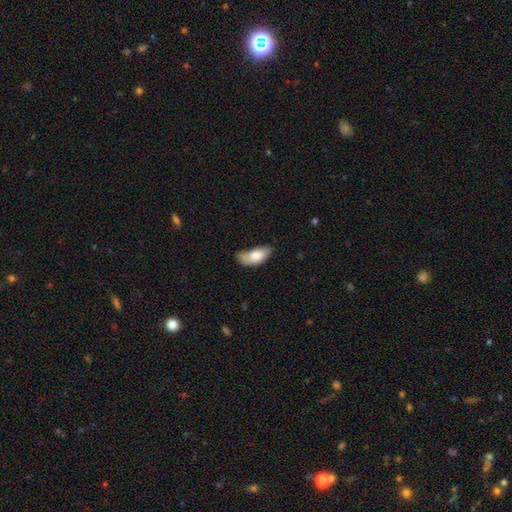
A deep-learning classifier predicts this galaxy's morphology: The model was most divided on "merging": minor disturbance: 42%, none: 35%, major disturbance: 17%, merger: 6%. More confident: how rounded — in between (90%); smooth or featured — smooth (80%).